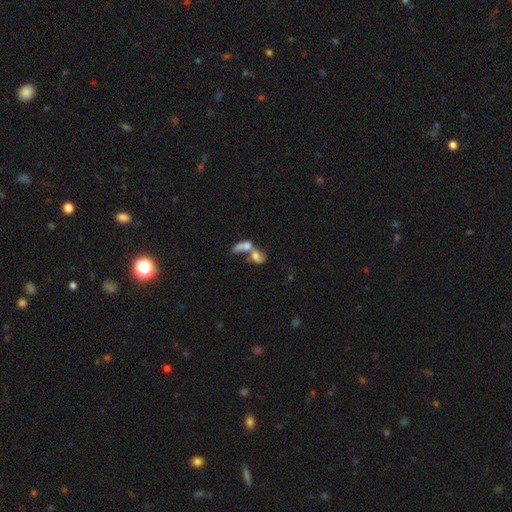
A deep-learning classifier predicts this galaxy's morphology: Smooth or featured: smooth — 55% (featured or disk — 34%)
How rounded: in between — 70% (round — 24%)
Merging: merger — 77% (none — 10%)